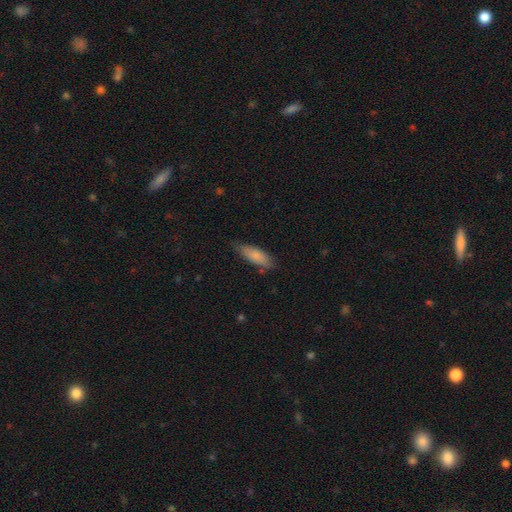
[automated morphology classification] Smooth or featured: smooth — 83% (featured or disk — 11%)
How rounded: in between — 60% (cigar-shaped — 39%)
Merging: none — 73% (minor disturbance — 21%)